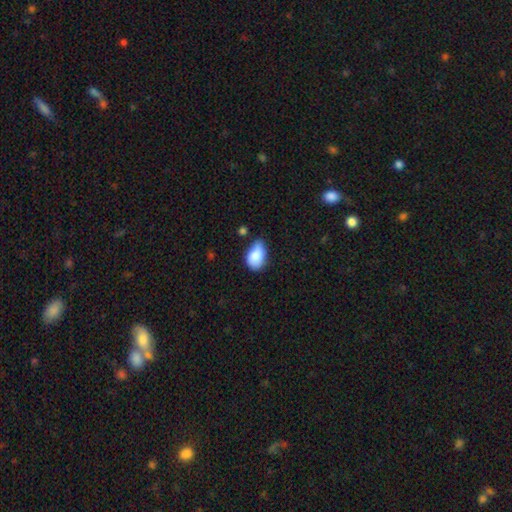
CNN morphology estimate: Overall: smooth (86%). How rounded: in between (85%). Merging: none (43%, tied with minor disturbance).